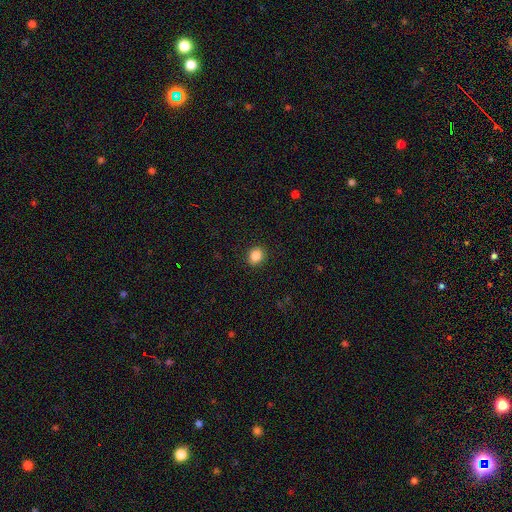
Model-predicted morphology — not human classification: type=smooth (87%); roundness=round (55%); merging=none (91%).